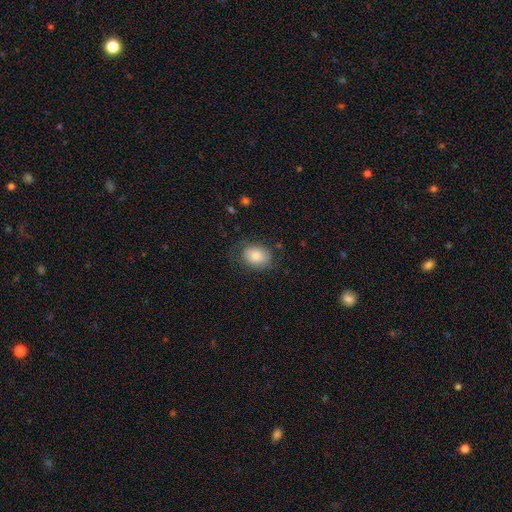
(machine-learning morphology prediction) smooth_or_featured: smooth (p=0.78) [alt: featured or disk p=0.14]
how_rounded: in between (p=0.62) [alt: round p=0.37]
merging: none (p=0.69) [alt: minor disturbance p=0.20]